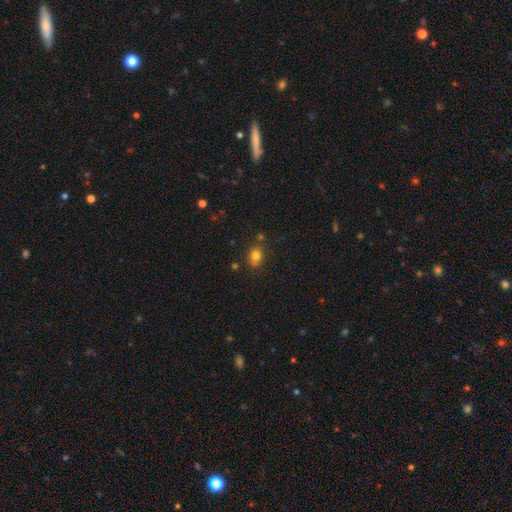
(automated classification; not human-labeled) The model was most divided on "how rounded": in between: 55%, round: 44%, cigar-shaped: 1%. More confident: smooth or featured — smooth (78%); merging — none (71%).